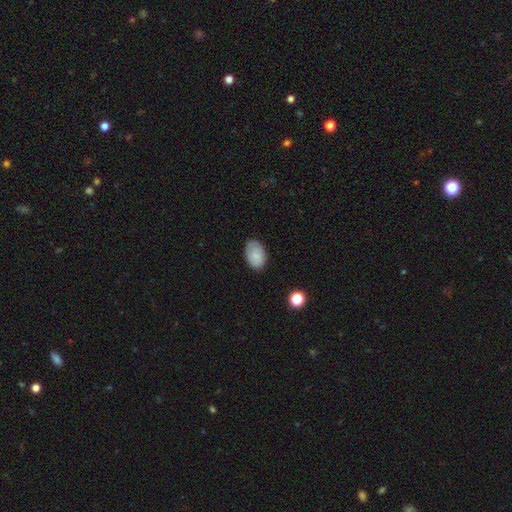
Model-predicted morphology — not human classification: Smooth or featured? smooth (84%)
How rounded? in between (89%)
Merging? none (80%)